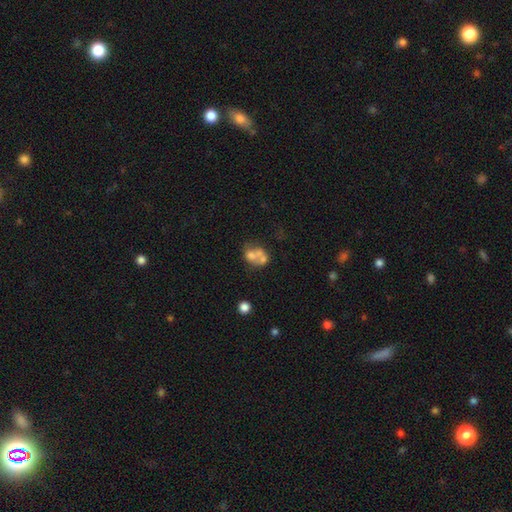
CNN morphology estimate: Smooth or featured: smooth — 47% (featured or disk — 40%)
Merging: merger — 55% (none — 23%)